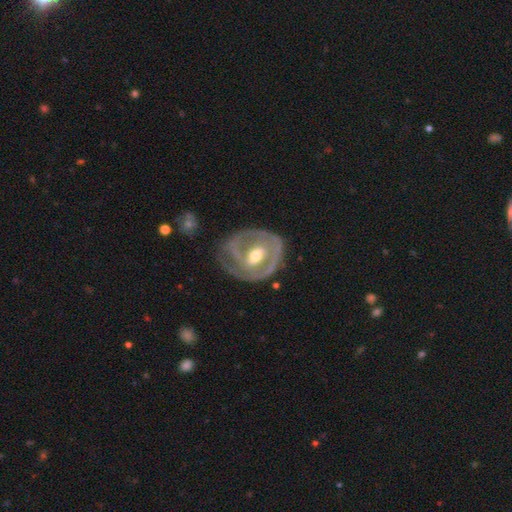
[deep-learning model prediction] Smooth or featured: featured or disk — 80% (smooth — 15%)
Edge-on disk: no — 96% (yes — 4%)
Bar: weak — 42% (no — 31%)
Spiral arms: yes — 72% (no — 28%)
Spiral winding: tight — 59% (medium — 29%)
Spiral arm count: 2 — 48% (1 — 22%)
Bulge size: moderate — 70% (small — 23%)
Merging: none — 62% (minor disturbance — 23%)